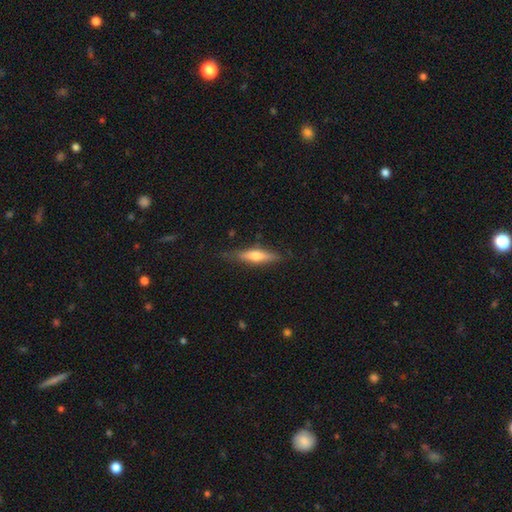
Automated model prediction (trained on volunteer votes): A smooth galaxy with no disk features (50%) that is cigar-shaped (75%).

Vote fractions:
- Smooth or featured? smooth: 50% / featured or disk: 44% / star or artifact: 6%
- How rounded? cigar-shaped: 75% / in between: 22% / round: 2%
- Merging? none: 79% / minor disturbance: 16% / major disturbance: 3% / merger: 1%